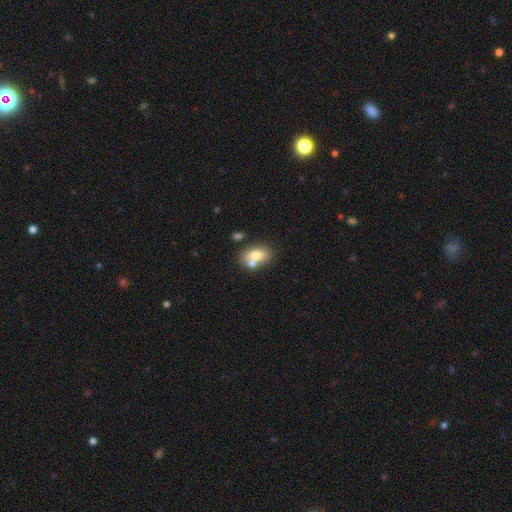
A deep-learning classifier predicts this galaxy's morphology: Overall: smooth (69%). How rounded: in between (79%). Merging: none (54%; merger 29%).